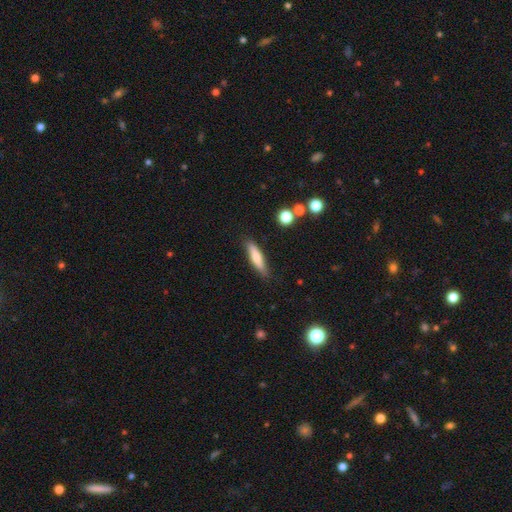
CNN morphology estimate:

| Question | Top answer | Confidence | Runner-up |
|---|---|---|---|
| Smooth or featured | smooth | 69% | featured or disk (25%) |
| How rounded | cigar-shaped | 78% | in between (20%) |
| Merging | none | 84% | minor disturbance (12%) |